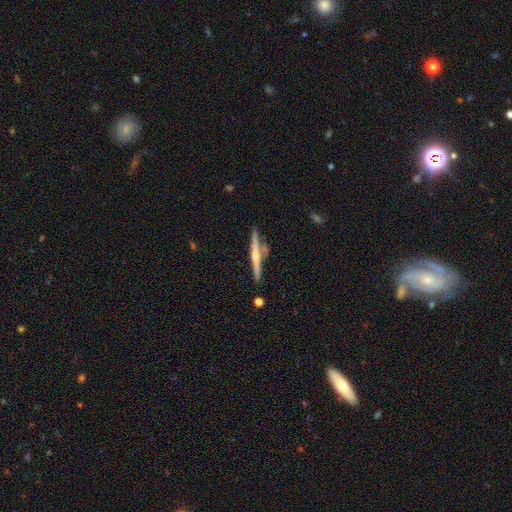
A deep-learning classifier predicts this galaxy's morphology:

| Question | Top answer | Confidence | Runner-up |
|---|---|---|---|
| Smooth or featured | featured or disk | 65% | smooth (29%) |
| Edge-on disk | yes | 97% | no (3%) |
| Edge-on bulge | rounded | 77% | none (17%) |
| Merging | none | 77% | minor disturbance (11%) |